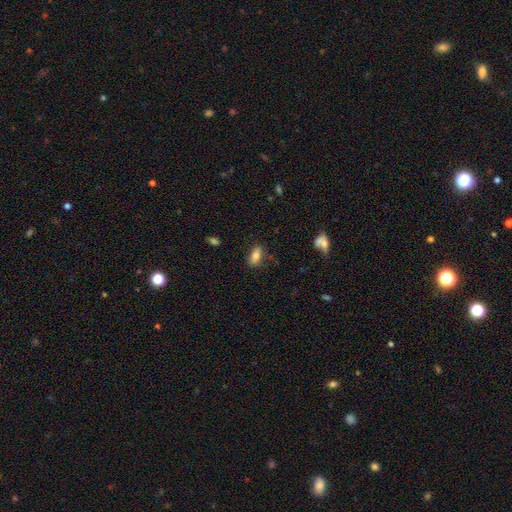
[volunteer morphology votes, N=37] Smooth or featured? 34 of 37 (92%) said smooth. How rounded? 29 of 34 (85%) said in between. Merging? 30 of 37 (81%) said none.